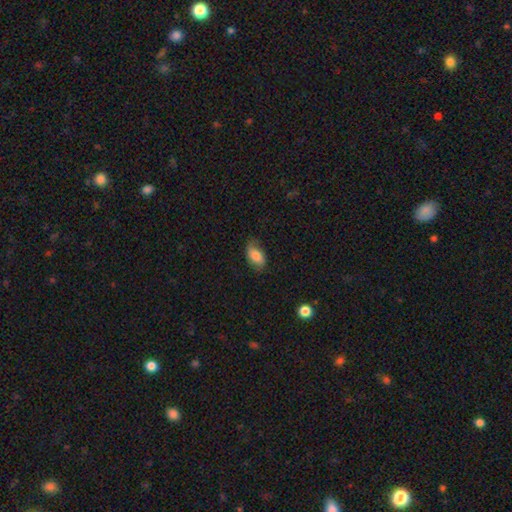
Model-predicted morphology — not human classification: A smooth galaxy with no disk features (81%) that is in between round and cigar-shaped (92%). Merging: none (72%).